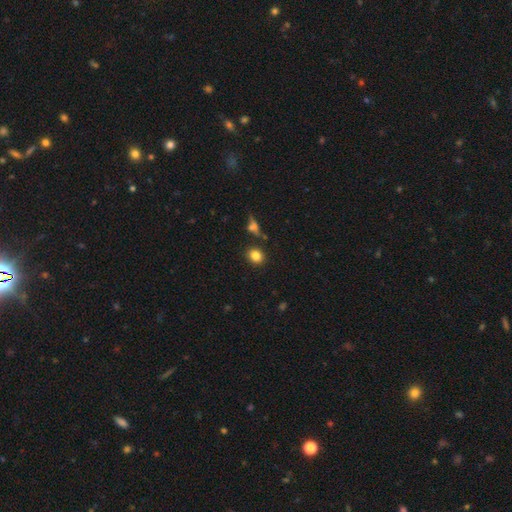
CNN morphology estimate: smooth_or_featured: smooth (p=0.83) [alt: star or artifact p=0.10]
how_rounded: round (p=0.68) [alt: in between p=0.31]
merging: none (p=0.84) [alt: minor disturbance p=0.09]